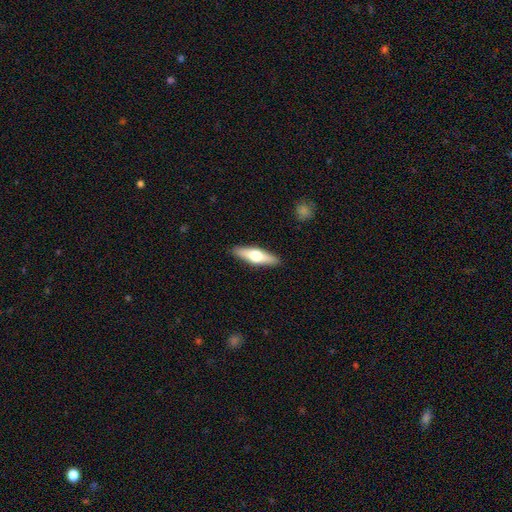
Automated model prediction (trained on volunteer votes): smooth-or-featured: smooth: 49% | featured or disk: 45% | star or artifact: 6%
  merging: none: 90% | minor disturbance: 7% | major disturbance: 2% | merger: 1%